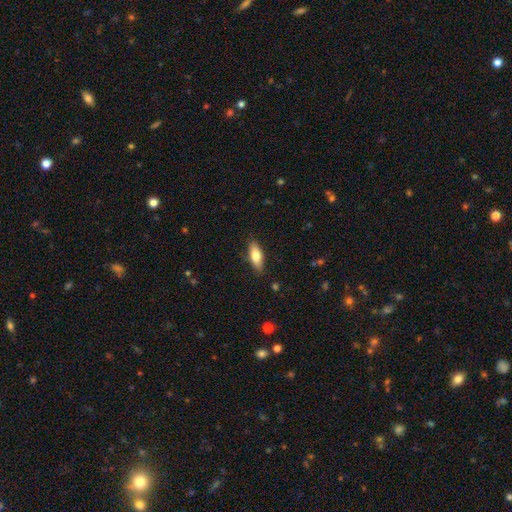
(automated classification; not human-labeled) This is likely a smooth galaxy (76%). How rounded: likely in between (69%). Merging: clearly none (86%).